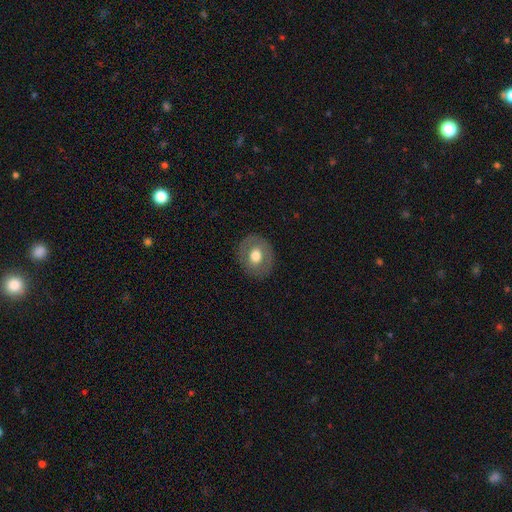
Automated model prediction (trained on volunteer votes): Smooth or featured? Predicted: smooth (p=0.59). How rounded? Predicted: round (p=0.67). Merging? Predicted: none (p=0.85).